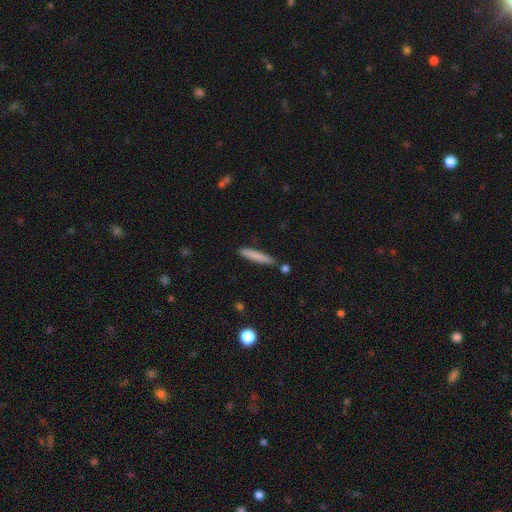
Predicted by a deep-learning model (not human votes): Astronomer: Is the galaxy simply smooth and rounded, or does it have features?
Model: smooth — 79%.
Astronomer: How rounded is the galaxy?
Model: cigar-shaped — 94%.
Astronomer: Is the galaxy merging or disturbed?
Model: none — 84%.